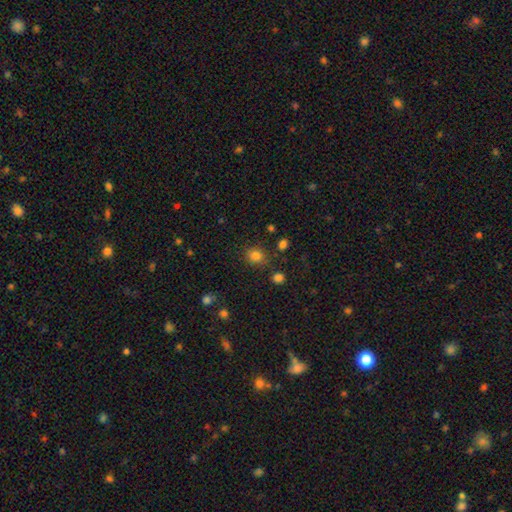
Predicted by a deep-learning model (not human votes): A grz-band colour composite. It shows a smooth galaxy with no disk features (82%) that is round (70%). Merging: none (81%).